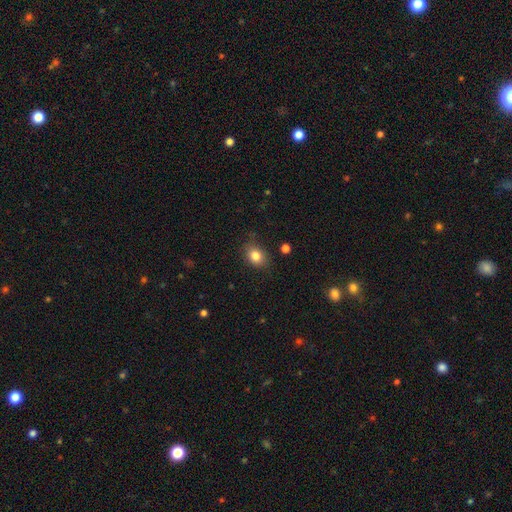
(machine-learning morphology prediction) This appears to be a smooth galaxy with no disk features (83%) that is in between round and cigar-shaped (58%). Merging: none (78%).